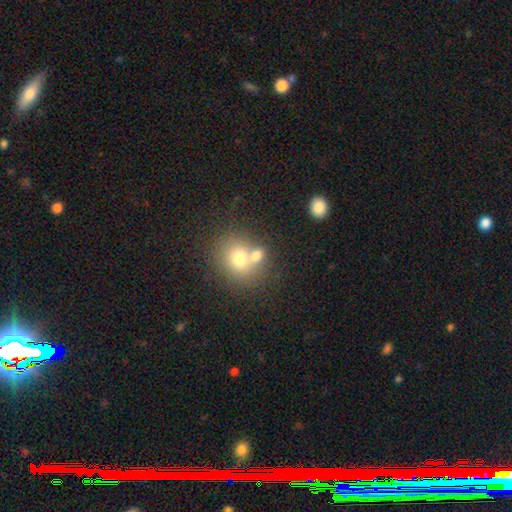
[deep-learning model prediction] smooth 71%, featured or disk 17%, star or artifact 12%. Down the decision tree: how rounded — round (66%); merging — merger (48%).